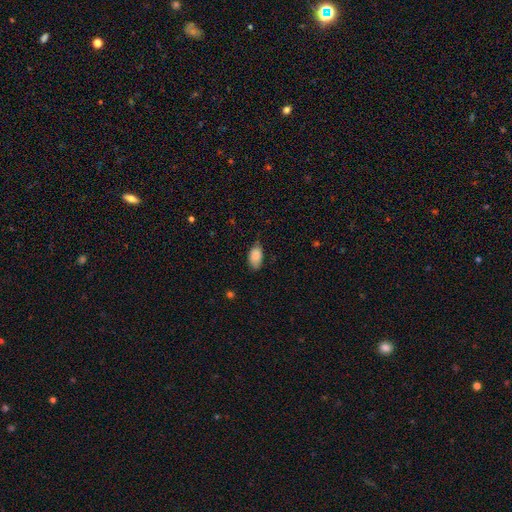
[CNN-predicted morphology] A smooth galaxy with no disk features (86%) that is in between round and cigar-shaped (93%).

Vote fractions:
- Smooth or featured? smooth: 86% / featured or disk: 7% / star or artifact: 7%
- How rounded? in between: 93% / round: 4% / cigar-shaped: 2%
- Merging? none: 69% / minor disturbance: 26% / major disturbance: 4% / merger: 1%